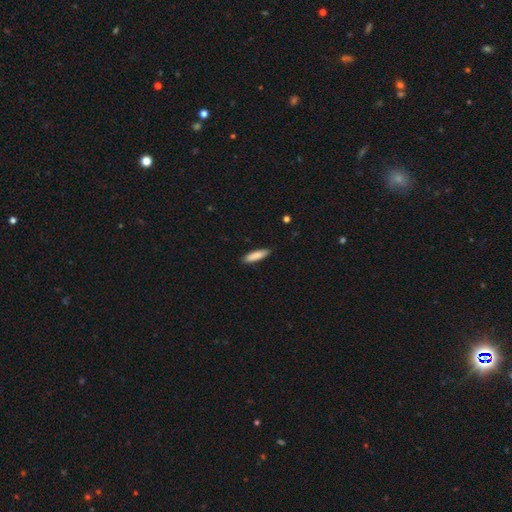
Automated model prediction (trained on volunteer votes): The model was most divided on "how rounded": cigar-shaped: 71%, in between: 28%, round: 1%. More confident: merging — none (90%); smooth or featured — smooth (86%).